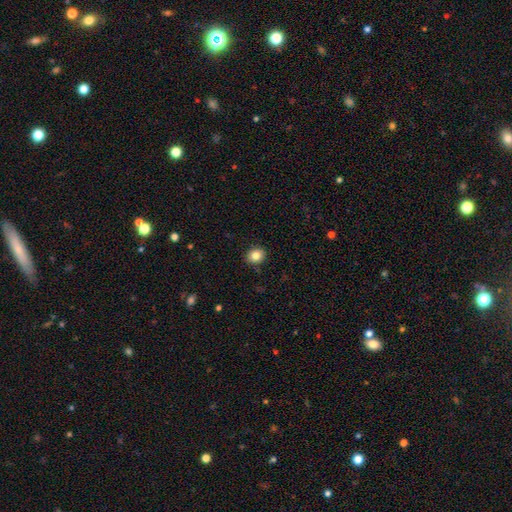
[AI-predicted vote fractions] smooth 83%, star or artifact 10%, featured or disk 6%. Down the decision tree: how rounded — round (73%); merging — none (90%).